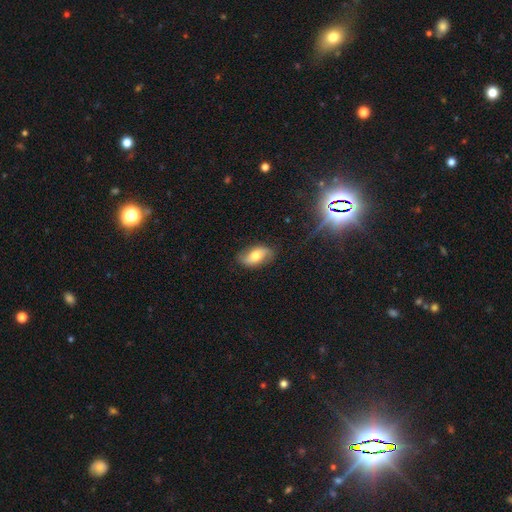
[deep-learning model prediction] Smooth or featured? smooth (52%)
How rounded? in between (90%)
Merging? none (79%)